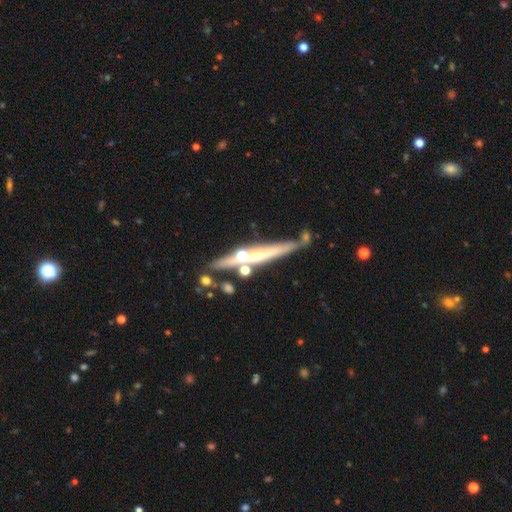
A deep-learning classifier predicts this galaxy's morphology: This is likely a featured or disk galaxy (72%). It is clearly viewed edge-on (94%). Edge-on bulge: possibly rounded (60%). Merging: likely none (68%).